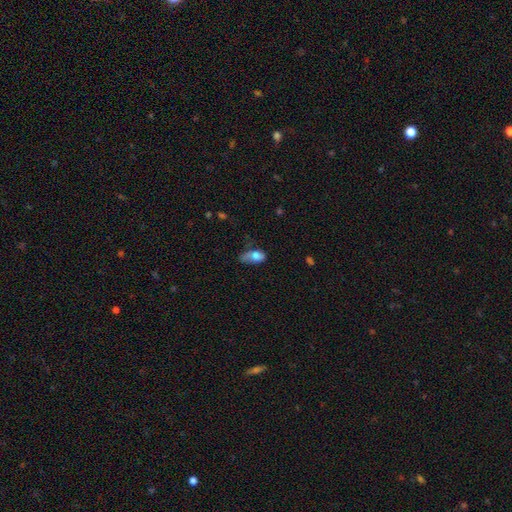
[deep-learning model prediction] A smooth galaxy with no disk features (72%) that is in between round and cigar-shaped (87%). Merging: minor disturbance (36%).